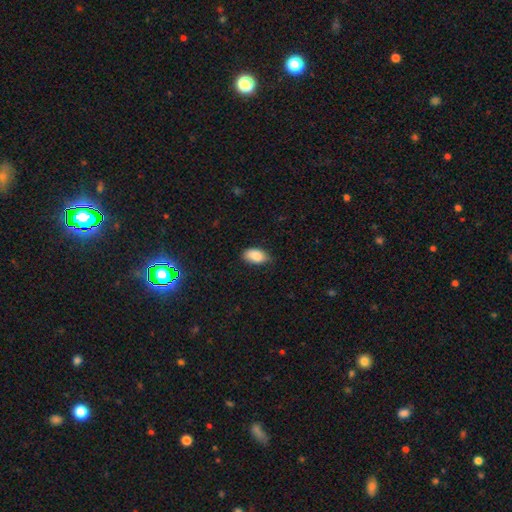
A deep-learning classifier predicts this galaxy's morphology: This is clearly a smooth galaxy (87%). How rounded: clearly in between (93%). Merging: likely none (73%).